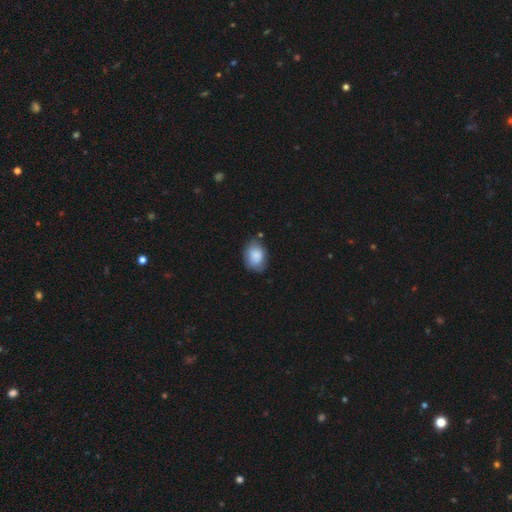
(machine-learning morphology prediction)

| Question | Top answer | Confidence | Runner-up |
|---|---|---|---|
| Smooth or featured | smooth | 83% | featured or disk (10%) |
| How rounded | in between | 75% | round (24%) |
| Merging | none | 68% | minor disturbance (24%) |